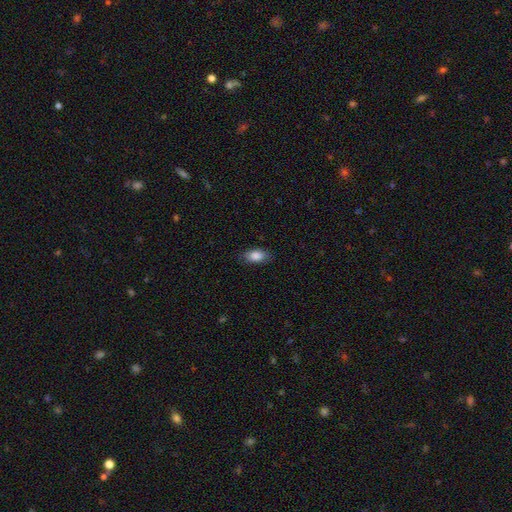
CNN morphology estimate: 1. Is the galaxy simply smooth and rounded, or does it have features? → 86% smooth, 7% featured or disk, 7% star or artifact.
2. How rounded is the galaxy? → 91% in between, 5% cigar-shaped, 5% round.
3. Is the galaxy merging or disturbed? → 83% none, 13% minor disturbance, 3% major disturbance, 1% merger.